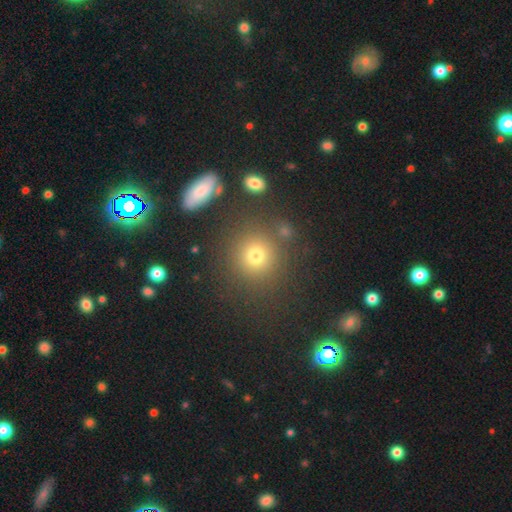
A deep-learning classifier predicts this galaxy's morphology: smooth 74%, star or artifact 17%, featured or disk 9%. Down the decision tree: how rounded — round (90%); merging — none (81%).